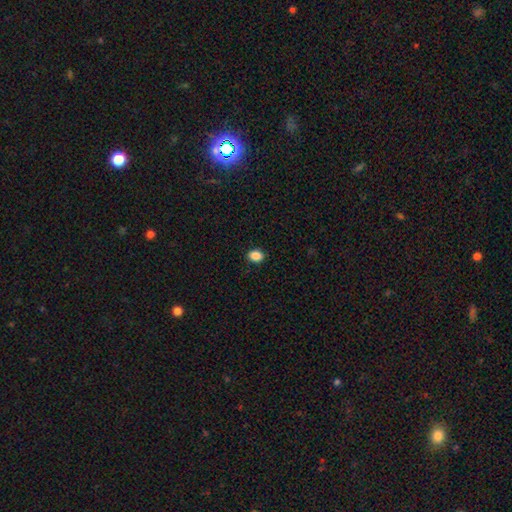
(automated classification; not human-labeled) This appears to be a smooth galaxy with no disk features (88%) that is in between round and cigar-shaped (58%). Merging: none (90%).